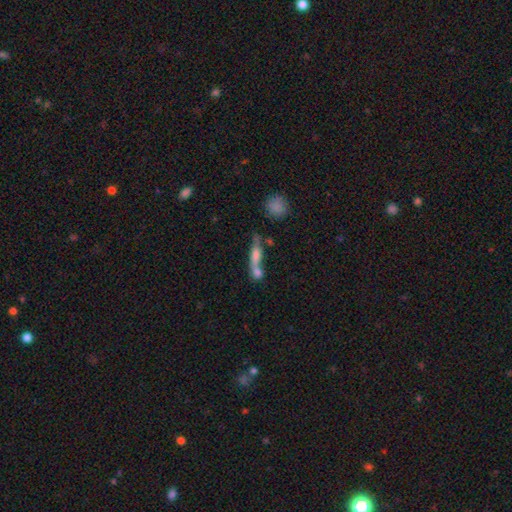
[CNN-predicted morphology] smooth_or_featured: smooth (p=0.49) [alt: featured or disk p=0.40]
merging: merger (p=0.41) [alt: none p=0.40]